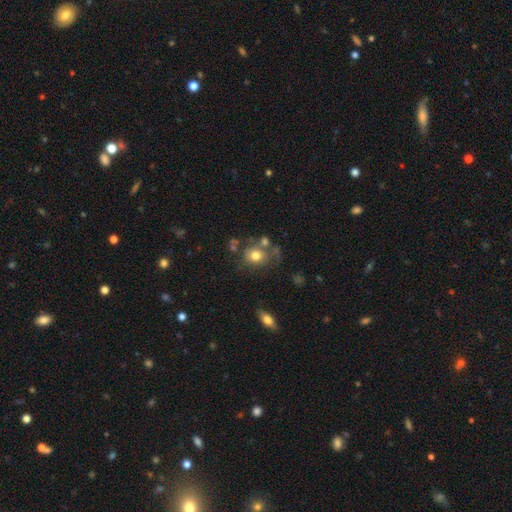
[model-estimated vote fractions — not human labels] This appears to be a smooth galaxy with no disk features (71%) that is round (72%). Merging: none (51%).